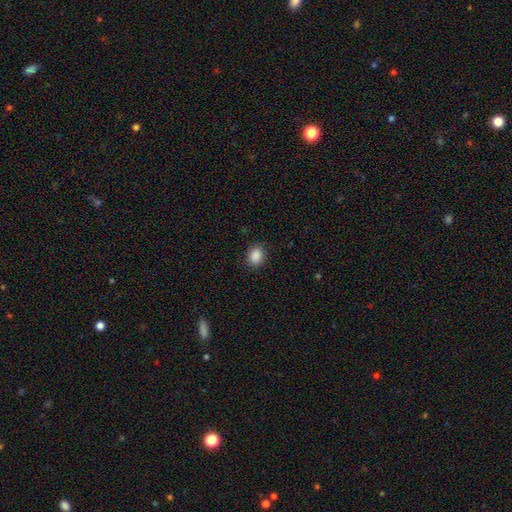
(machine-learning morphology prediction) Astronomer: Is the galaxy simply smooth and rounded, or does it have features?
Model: smooth — 88%.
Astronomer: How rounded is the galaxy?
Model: round — 50% (runner-up: in between, 49%).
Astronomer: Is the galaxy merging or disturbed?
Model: none — 87%.